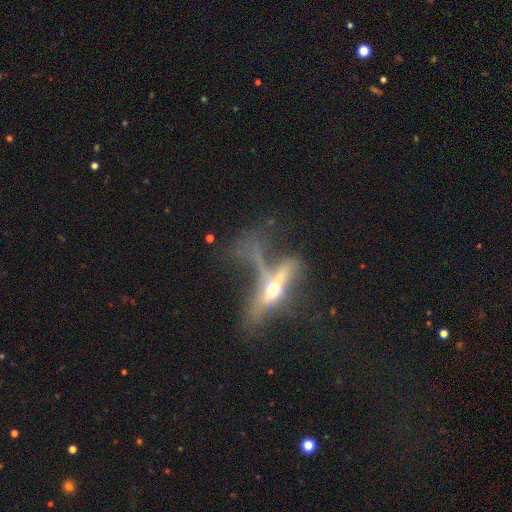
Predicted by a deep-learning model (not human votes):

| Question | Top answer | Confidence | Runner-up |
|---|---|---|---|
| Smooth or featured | featured or disk | 66% | smooth (23%) |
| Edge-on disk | yes | 69% | no (31%) |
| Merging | major disturbance | 33% | merger (32%) |